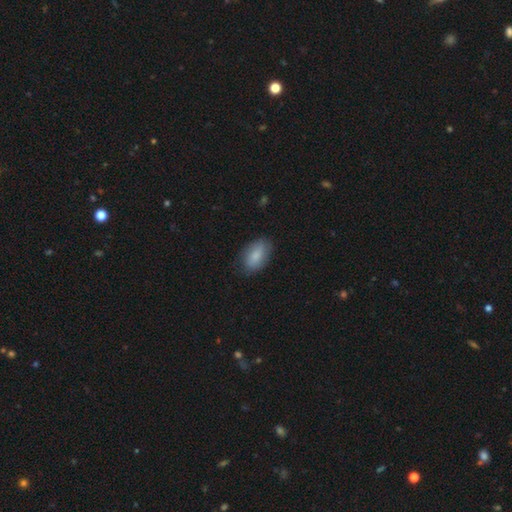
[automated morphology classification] A smooth galaxy with no disk features (85%) that is in between round and cigar-shaped (92%).

Vote fractions:
- Smooth or featured? smooth: 85% / featured or disk: 9% / star or artifact: 6%
- How rounded? in between: 92% / round: 6% / cigar-shaped: 2%
- Merging? none: 82% / minor disturbance: 14% / major disturbance: 3% / merger: 1%